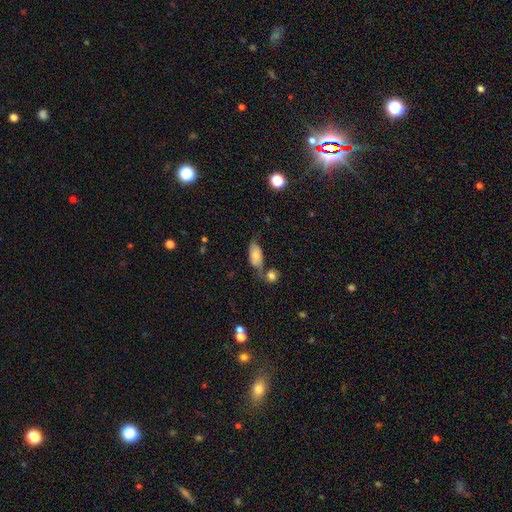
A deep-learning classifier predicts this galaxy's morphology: smooth-or-featured: smooth: 75% | featured or disk: 17% | star or artifact: 8%
  how-rounded: in between: 89% | cigar-shaped: 7% | round: 4%
  merging: none: 43% | minor disturbance: 25% | merger: 23% | major disturbance: 10%